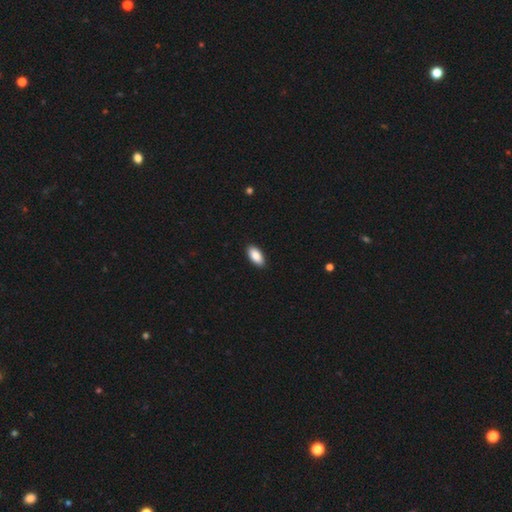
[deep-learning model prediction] This is clearly a smooth galaxy (88%). How rounded: clearly in between (92%). Merging: clearly none (90%).